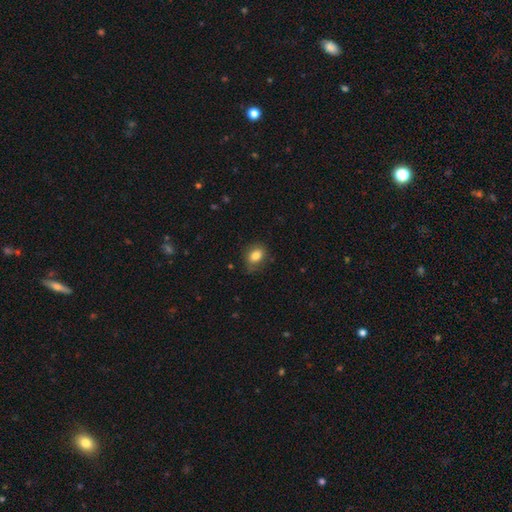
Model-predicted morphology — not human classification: type=smooth (82%); roundness=in between (66%); merging=none (73%).